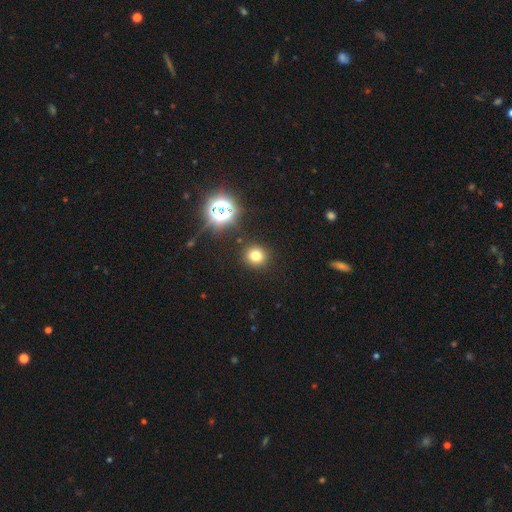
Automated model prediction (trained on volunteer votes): smooth_or_featured: smooth (p=0.72) [alt: star or artifact p=0.21]
how_rounded: round (p=0.90) [alt: in between p=0.09]
merging: none (p=0.90) [alt: minor disturbance p=0.06]